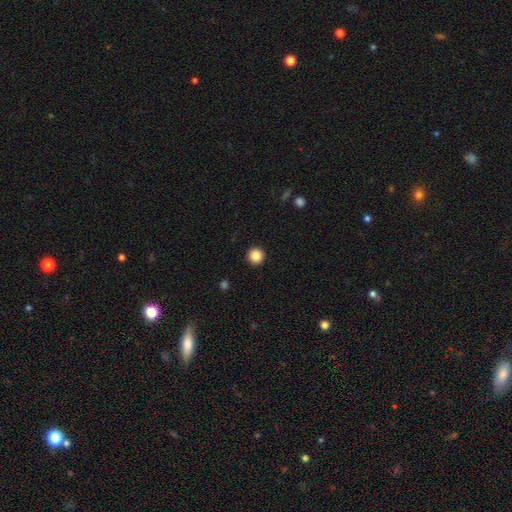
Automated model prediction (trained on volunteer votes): Smooth or featured? Predicted: smooth (p=0.86). How rounded? Predicted: round (p=0.96). Merging? Predicted: none (p=0.94).